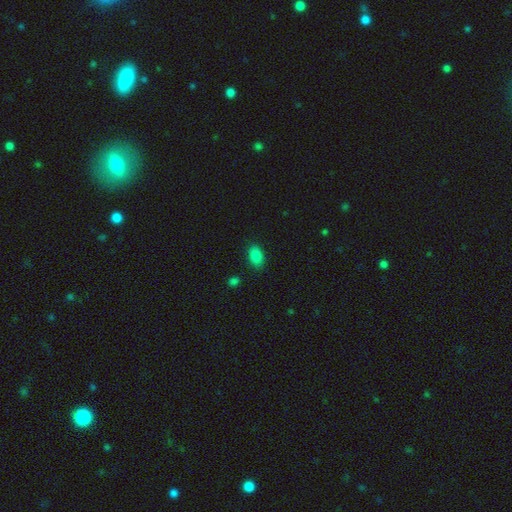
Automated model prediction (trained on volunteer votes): Overall: smooth (86%). How rounded: in between (90%). Merging: none (85%).